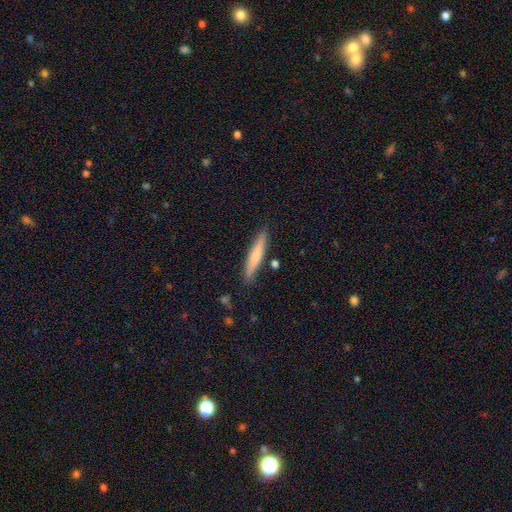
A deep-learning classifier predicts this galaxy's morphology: smooth_or_featured: smooth (p=0.65) [alt: featured or disk p=0.29]
how_rounded: cigar-shaped (p=0.92) [alt: in between p=0.06]
merging: none (p=0.86) [alt: minor disturbance p=0.10]